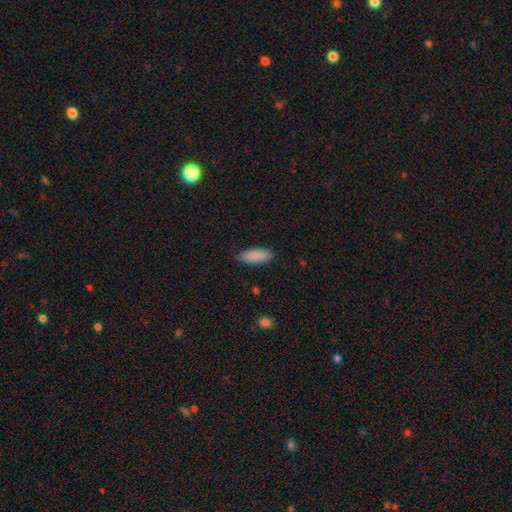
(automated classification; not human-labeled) This is clearly a smooth galaxy (89%). How rounded: likely in between (66%). Merging: clearly none (84%).